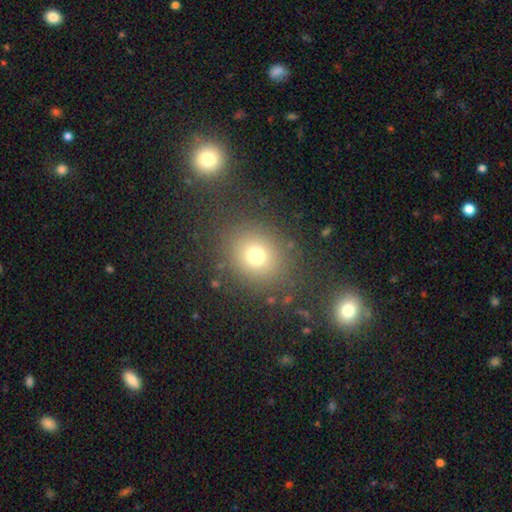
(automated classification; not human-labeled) Smooth or featured? Predicted: smooth (p=0.73). How rounded? Predicted: round (p=0.77). Merging? Predicted: none (p=0.82).